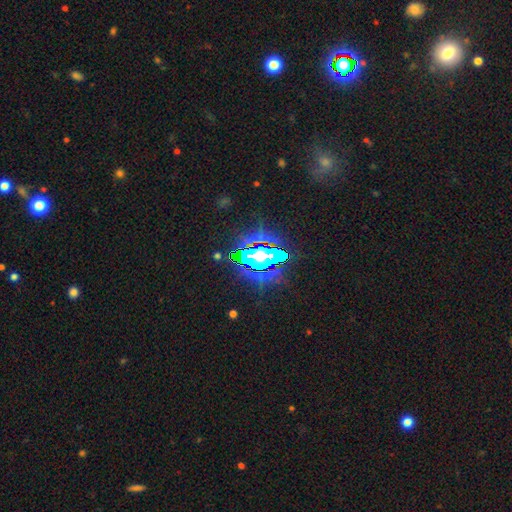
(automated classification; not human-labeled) smooth-or-featured: star or artifact: 78% | smooth: 12% | featured or disk: 11%